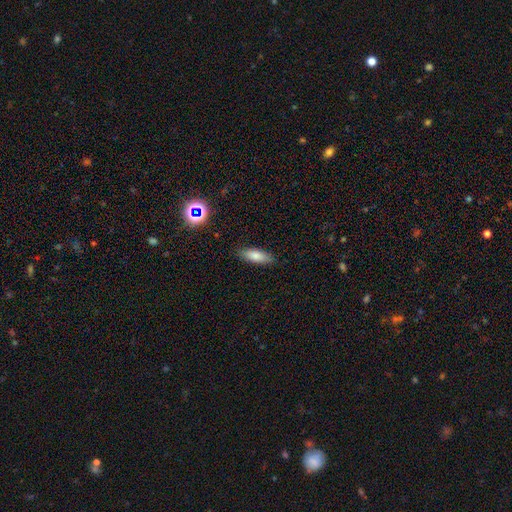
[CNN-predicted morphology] Overall: smooth (79%). How rounded: in between (55%; cigar-shaped 43%). Merging: none (87%).